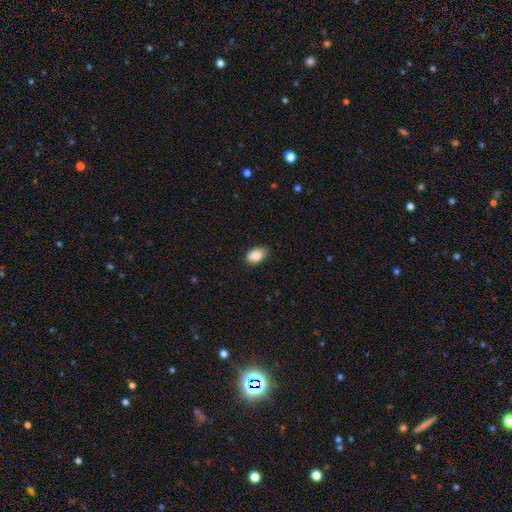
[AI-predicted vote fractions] smooth_or_featured: smooth (p=0.88) [alt: star or artifact p=0.08]
how_rounded: in between (p=0.87) [alt: round p=0.12]
merging: none (p=0.74) [alt: minor disturbance p=0.22]